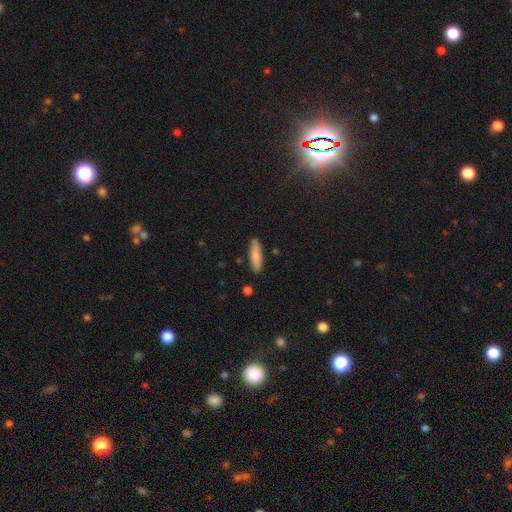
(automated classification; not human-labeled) smooth_or_featured: smooth (p=0.81) [alt: featured or disk p=0.13]
how_rounded: cigar-shaped (p=0.66) [alt: in between p=0.32]
merging: none (p=0.85) [alt: minor disturbance p=0.11]